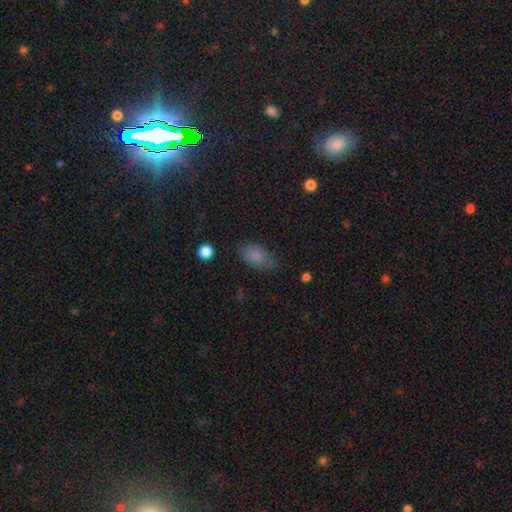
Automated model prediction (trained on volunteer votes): Smooth or featured? smooth (82%)
How rounded? in between (89%)
Merging? none (66%)